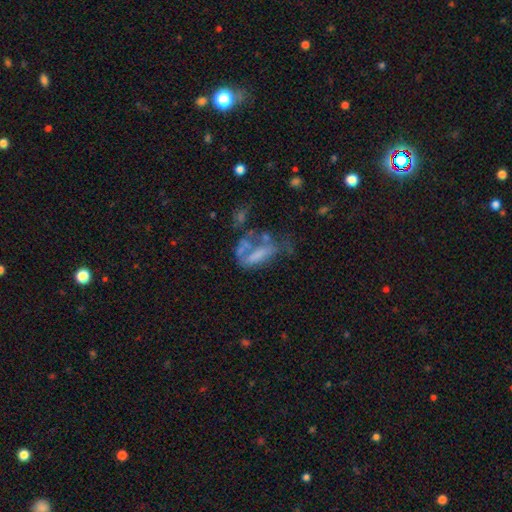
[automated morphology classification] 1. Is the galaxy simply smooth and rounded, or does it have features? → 45% featured or disk, 40% smooth, 16% star or artifact.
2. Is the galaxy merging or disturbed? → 37% major disturbance, 25% merger, 22% none, 16% minor disturbance.